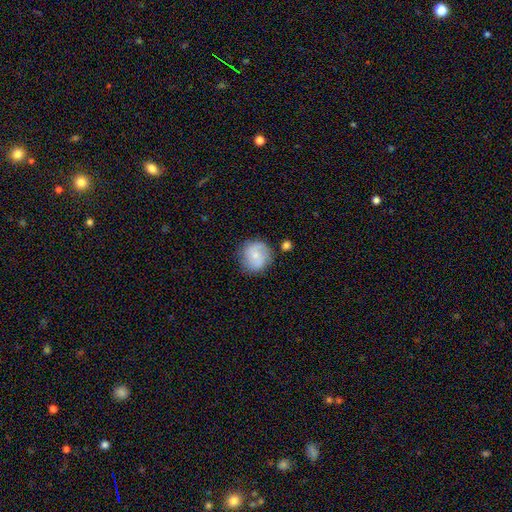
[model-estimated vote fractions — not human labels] A smooth galaxy with no disk features (59%) that is round (90%). Merging: none (72%).